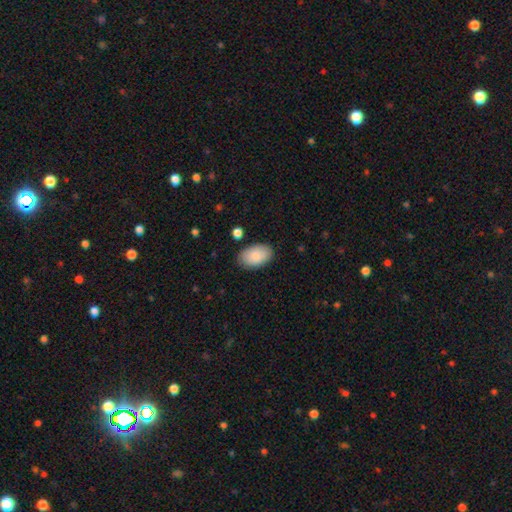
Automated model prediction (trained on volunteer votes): Smooth or featured? smooth (88%)
How rounded? in between (94%)
Merging? none (84%)